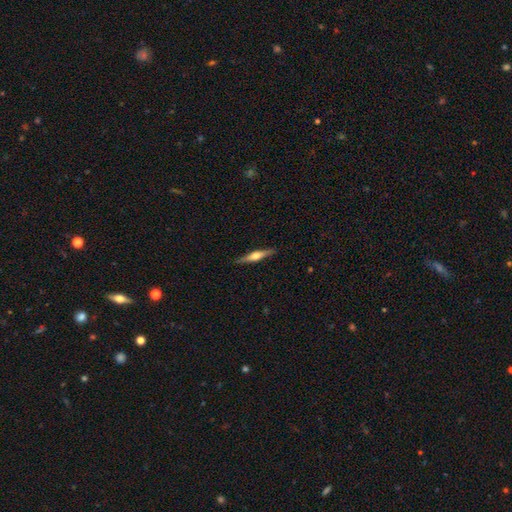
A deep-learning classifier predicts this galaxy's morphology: The model was most divided on "smooth or featured": featured or disk: 60%, smooth: 34%, star or artifact: 6%. More confident: edge-on disk — yes (96%); merging — none (89%); edge-on bulge — rounded (88%).